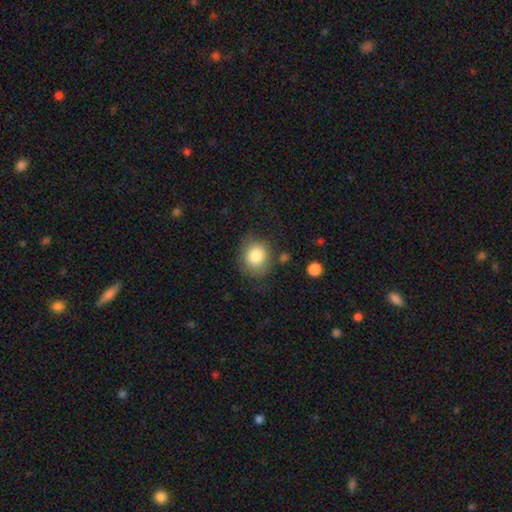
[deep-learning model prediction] Smooth or featured: smooth — 82% (star or artifact — 9%)
How rounded: round — 73% (in between — 26%)
Merging: none — 75% (minor disturbance — 17%)